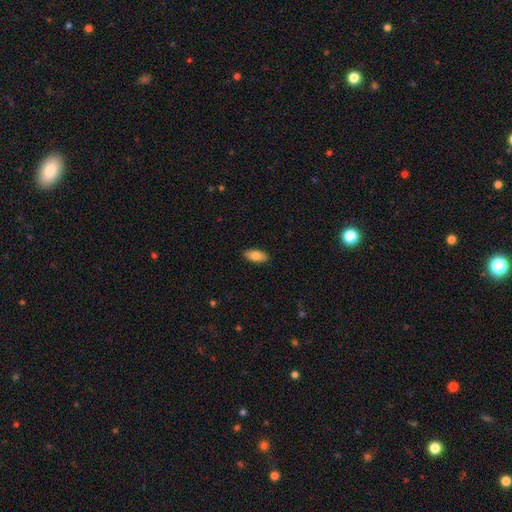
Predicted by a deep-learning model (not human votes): smooth 81%, featured or disk 13%, star or artifact 6%. Down the decision tree: how rounded — in between (87%); merging — none (89%).